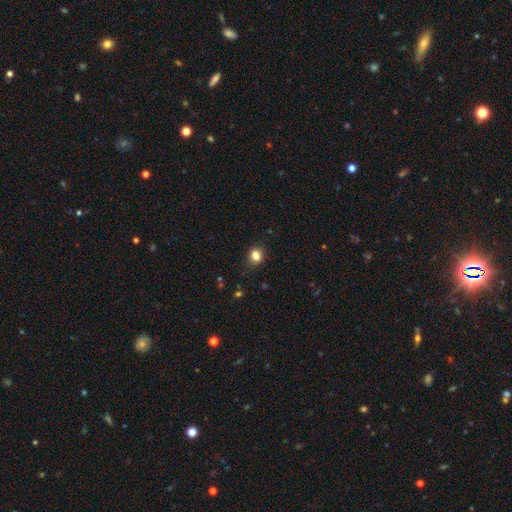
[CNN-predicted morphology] Smooth or featured: smooth — 82% (star or artifact — 12%)
How rounded: round — 62% (in between — 37%)
Merging: none — 82% (minor disturbance — 13%)